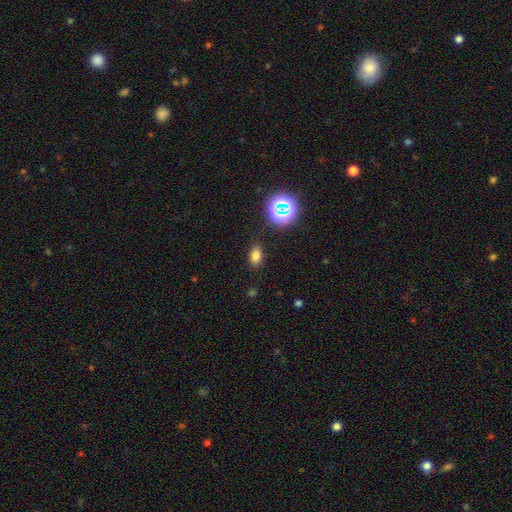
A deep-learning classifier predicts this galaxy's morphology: The model was most divided on "smooth or featured": smooth: 74%, star or artifact: 19%, featured or disk: 7%. More confident: merging — none (85%); how rounded — in between (83%).